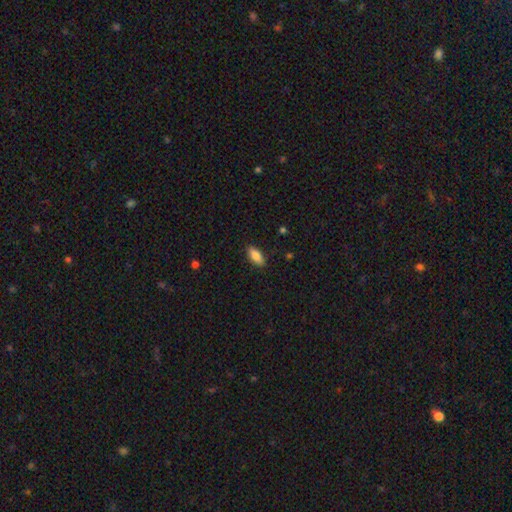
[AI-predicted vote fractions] The model was most divided on "merging": none: 87%, minor disturbance: 9%, major disturbance: 2%, merger: 1%. More confident: how rounded — in between (88%); smooth or featured — smooth (86%).